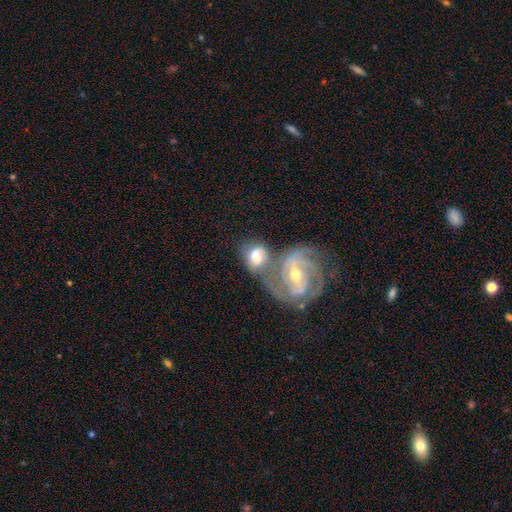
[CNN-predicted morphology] A featured or disk galaxy (51%). Merging: merger (52%).